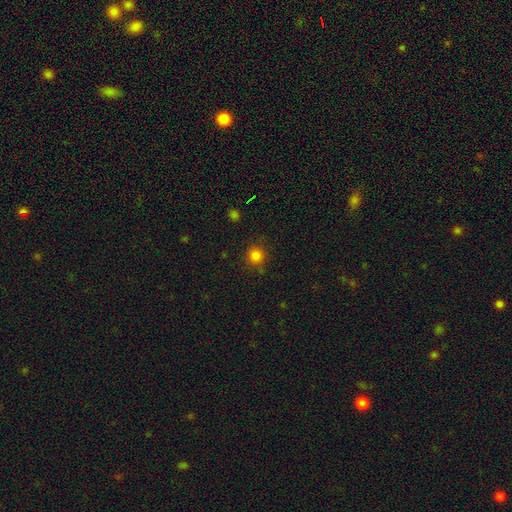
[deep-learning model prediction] Morphology: type=smooth (82%); roundness=round (92%); merging=none (85%).